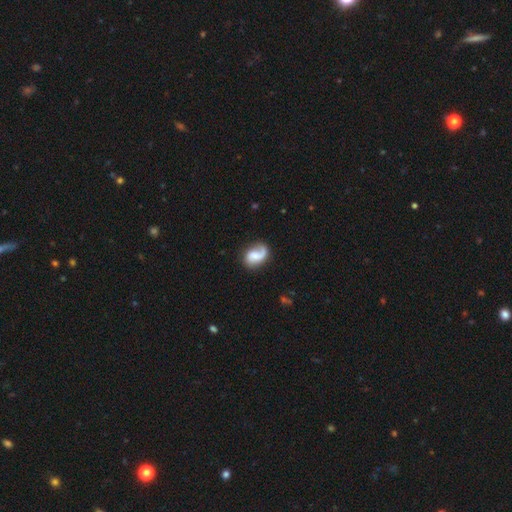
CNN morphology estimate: A featured or disk galaxy (61%) with no bar (57%), 1 (59%) loose (49%) spiral arms (92%) and no central bulge (28%, tied with small).

Vote fractions:
- Smooth or featured? featured or disk: 61% / smooth: 32% / star or artifact: 7%
- Edge-on disk? no: 98% / yes: 2%
- Bar? no: 57% / weak: 35% / strong: 8%
- Spiral arms? yes: 92% / no: 8%
- Spiral winding? loose: 49% / medium: 33% / tight: 17%
- Spiral arm count? 1: 59% / 2: 34% / can't tell: 4% / 3: 1% / more than 4: 1% / 4: 1%
- Bulge size? none: 28% (tied) / small: 28% (tied) / moderate: 26% / large: 14% / dominant: 3%
- Merging? none: 60% / minor disturbance: 22% / major disturbance: 15% / merger: 3%